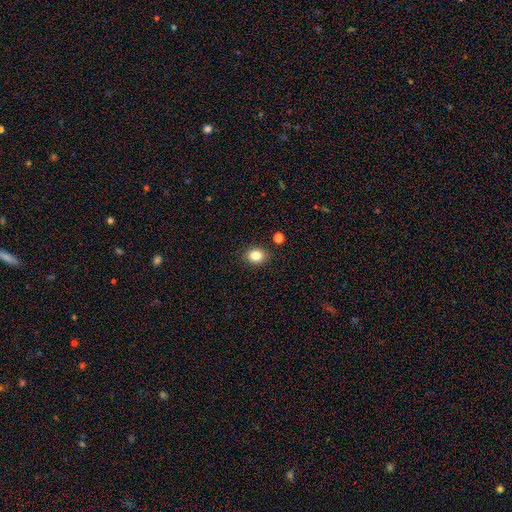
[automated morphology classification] A smooth galaxy with no disk features (83%) that is round (58%). Merging: none (88%).